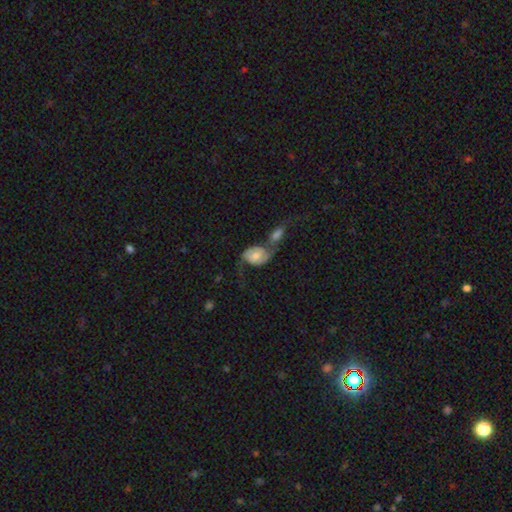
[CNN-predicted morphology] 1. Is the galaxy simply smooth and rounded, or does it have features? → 57% featured or disk, 35% smooth, 7% star or artifact.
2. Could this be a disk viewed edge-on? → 96% no, 4% yes.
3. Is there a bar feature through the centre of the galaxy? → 73% no, 22% weak, 5% strong.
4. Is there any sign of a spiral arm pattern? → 81% yes, 19% no.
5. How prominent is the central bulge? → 55% moderate, 30% small, 9% large, 4% none, 2% dominant.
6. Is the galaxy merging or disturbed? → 57% merger, 18% none, 14% major disturbance, 11% minor disturbance.